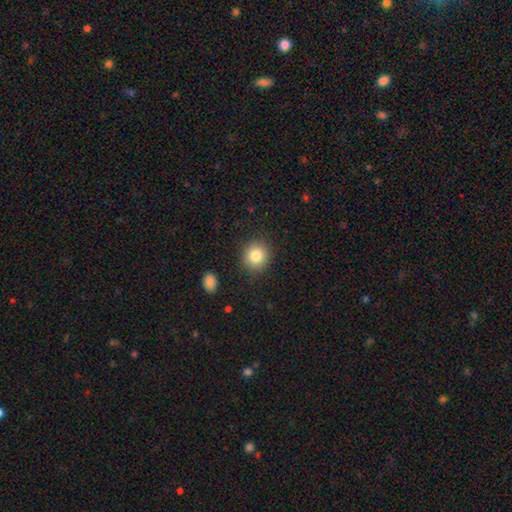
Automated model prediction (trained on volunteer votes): This is clearly a smooth galaxy (83%). How rounded: clearly round (84%). Merging: clearly none (87%).